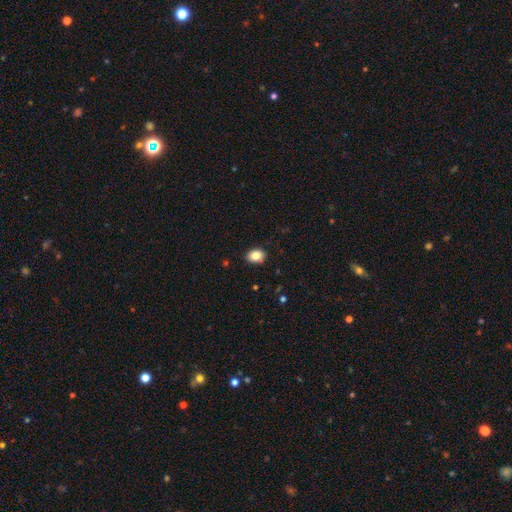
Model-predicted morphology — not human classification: A smooth galaxy with no disk features (84%) that is in between round and cigar-shaped (63%). Merging: none (87%).